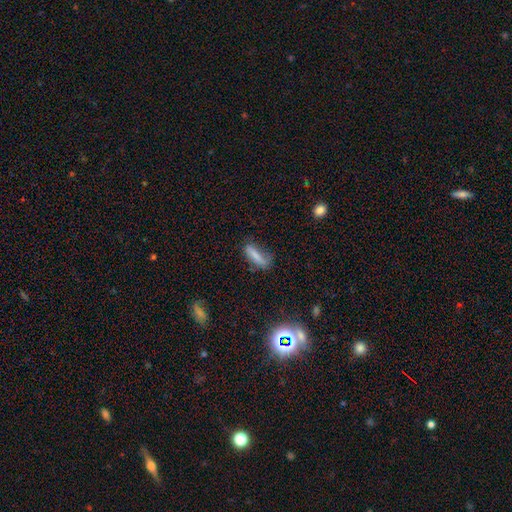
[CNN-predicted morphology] Smooth or featured? Predicted: smooth (p=0.74). How rounded? Predicted: cigar-shaped (p=0.57). Merging? Predicted: none (p=0.52).